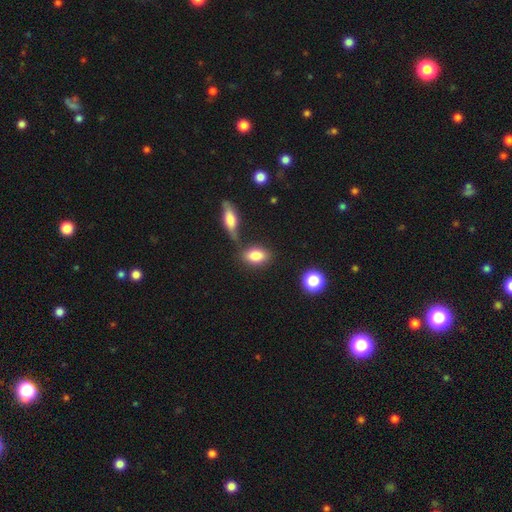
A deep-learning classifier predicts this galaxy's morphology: smooth 82%, featured or disk 10%, star or artifact 8%. Down the decision tree: how rounded — in between (83%); merging — none (67%).